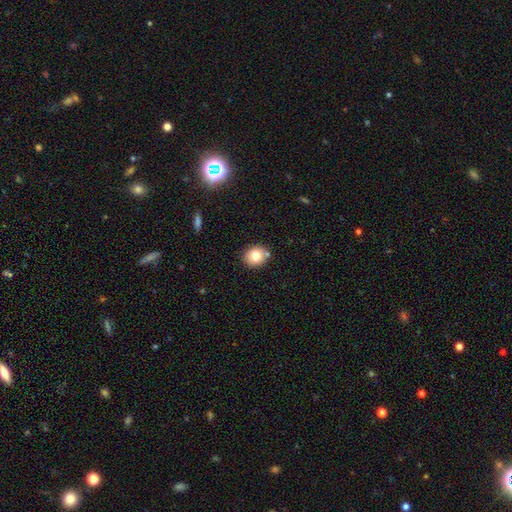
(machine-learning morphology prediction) Smooth or featured?
  - smooth: 78% *
  - featured or disk: 12%
  - star or artifact: 10%
How rounded?
  - round: 73% *
  - in between: 26%
  - cigar-shaped: 1%
Merging?
  - none: 80% *
  - minor disturbance: 10%
  - merger: 8%
  - major disturbance: 2%